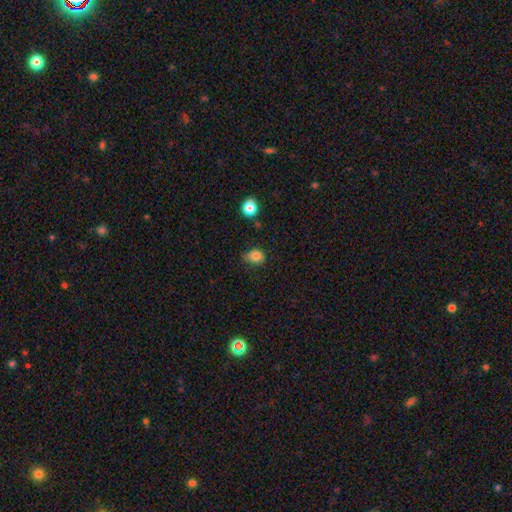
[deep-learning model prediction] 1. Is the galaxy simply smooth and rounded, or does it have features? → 82% smooth, 12% star or artifact, 6% featured or disk.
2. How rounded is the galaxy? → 52% round, 47% in between, 1% cigar-shaped.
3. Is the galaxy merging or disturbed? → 52% none, 37% minor disturbance, 9% major disturbance, 3% merger.